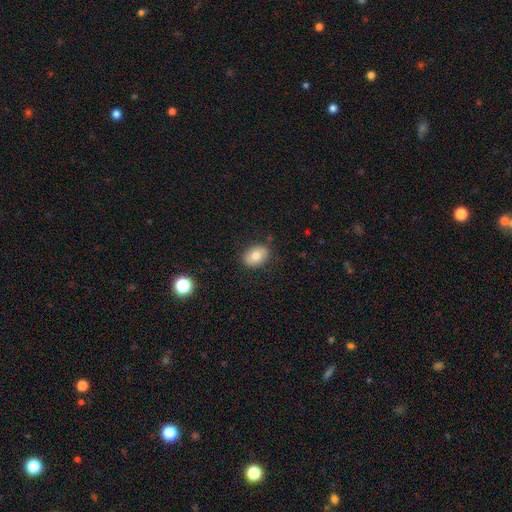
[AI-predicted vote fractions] Q: Smooth or featured?
A: smooth (77%); runner-up: featured or disk (15%)
Q: How rounded?
A: in between (76%); runner-up: round (23%)
Q: Merging?
A: none (84%); runner-up: minor disturbance (12%)